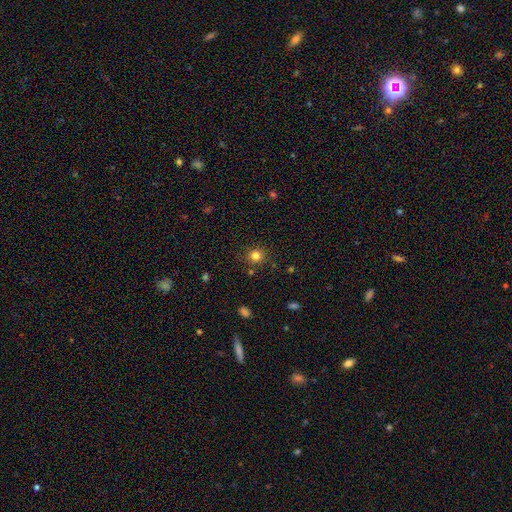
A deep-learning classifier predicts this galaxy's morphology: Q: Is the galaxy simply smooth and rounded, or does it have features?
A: smooth — 81%.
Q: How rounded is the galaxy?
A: round — 88%.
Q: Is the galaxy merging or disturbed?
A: none — 86%.